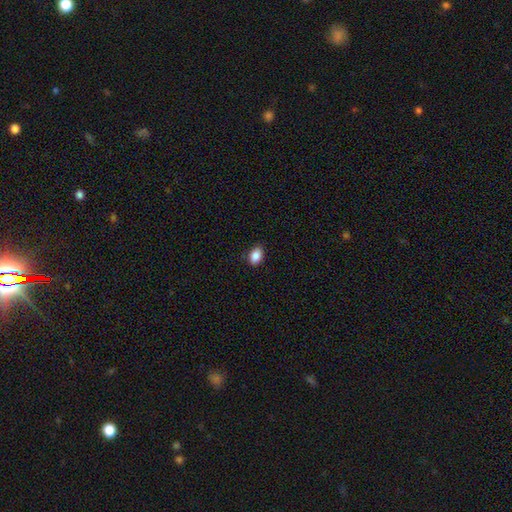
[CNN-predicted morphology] smooth 88%, star or artifact 8%, featured or disk 4%. Down the decision tree: how rounded — in between (86%); merging — none (85%).